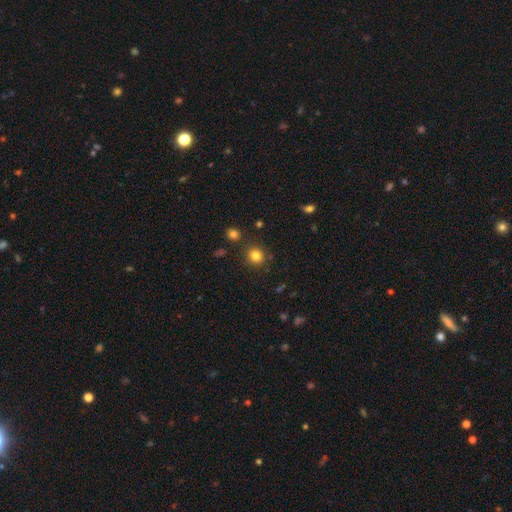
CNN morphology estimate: smooth 82%, star or artifact 13%, featured or disk 5%. Down the decision tree: how rounded — round (89%); merging — none (87%).